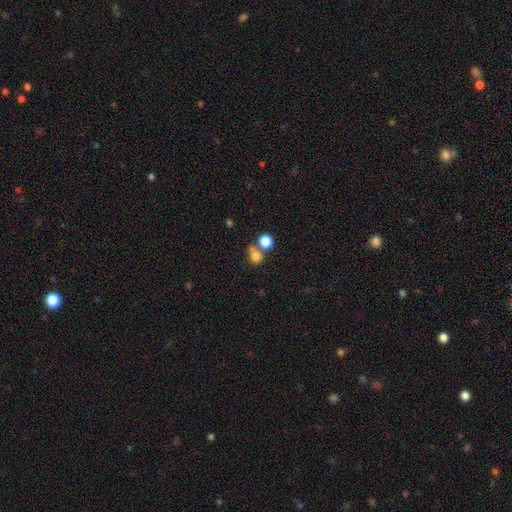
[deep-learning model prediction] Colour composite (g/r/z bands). It shows a smooth galaxy with no disk features (78%) that is round (82%). Merging: none (48%).